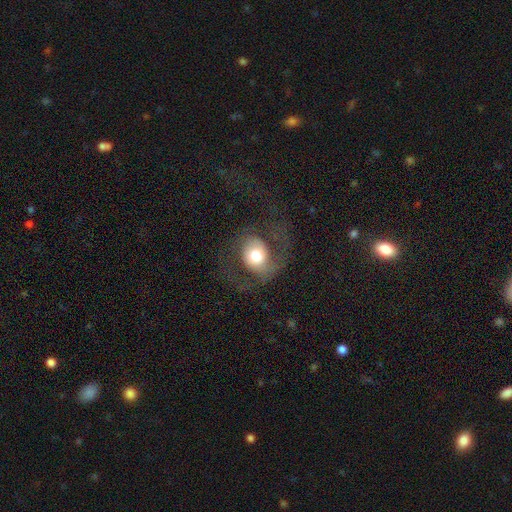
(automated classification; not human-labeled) Smooth or featured: featured or disk — 50% (smooth — 41%)
Edge-on disk: no — 96% (yes — 4%)
Merging: none — 48% (major disturbance — 33%)